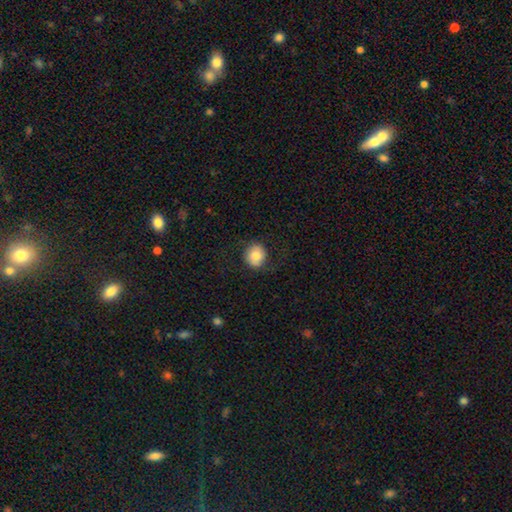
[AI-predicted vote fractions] This is likely a smooth galaxy (77%). How rounded: clearly round (85%). Merging: clearly none (81%).